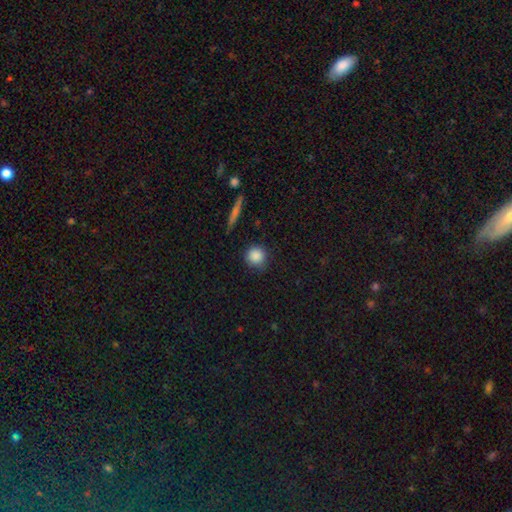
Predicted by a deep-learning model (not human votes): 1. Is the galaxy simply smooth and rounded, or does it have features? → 87% smooth, 9% star or artifact, 4% featured or disk.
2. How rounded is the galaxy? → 92% round, 6% in between, 2% cigar-shaped.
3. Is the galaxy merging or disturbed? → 85% none, 11% minor disturbance, 3% major disturbance, 2% merger.